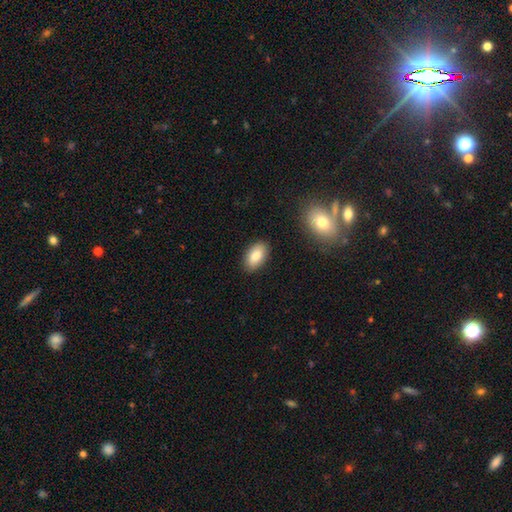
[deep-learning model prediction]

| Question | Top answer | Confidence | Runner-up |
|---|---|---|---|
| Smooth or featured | smooth | 85% | featured or disk (8%) |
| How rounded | in between | 94% | round (4%) |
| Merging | none | 87% | minor disturbance (10%) |